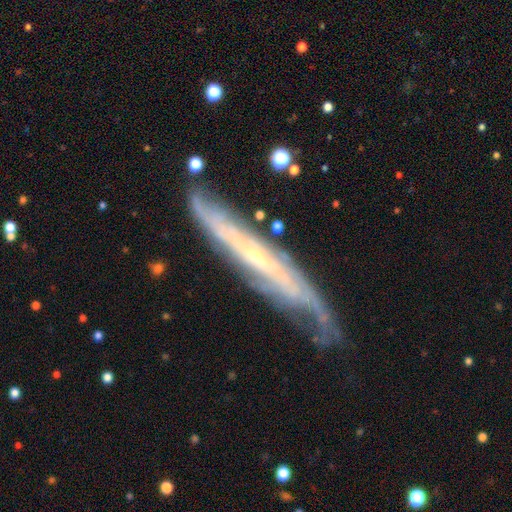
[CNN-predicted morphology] Smooth or featured? featured or disk (81%)
Edge-on disk? yes (56%)
Merging? none (65%)